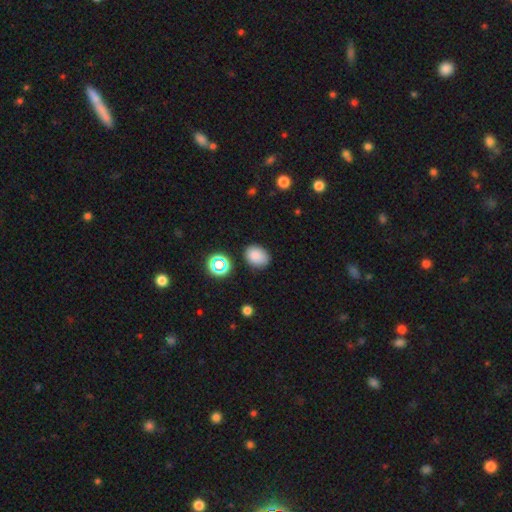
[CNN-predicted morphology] Smooth or featured?
  - smooth: 83% *
  - star or artifact: 12%
  - featured or disk: 5%
How rounded?
  - in between: 65% *
  - round: 34%
  - cigar-shaped: 1%
Merging?
  - none: 80% *
  - minor disturbance: 14%
  - major disturbance: 3%
  - merger: 3%